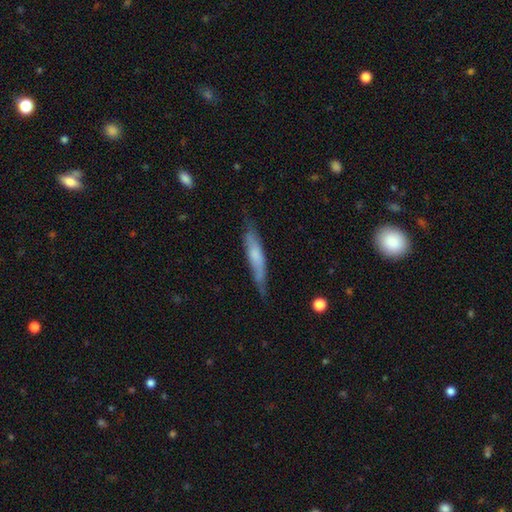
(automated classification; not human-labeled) This appears to be a smooth galaxy with no disk features (55%) that is cigar-shaped (87%). Merging: none (69%).